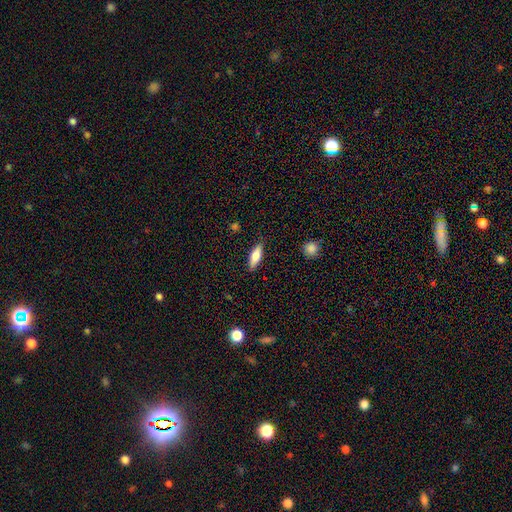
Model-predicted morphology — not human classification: Q: Smooth or featured?
A: smooth (68%); runner-up: featured or disk (26%)
Q: How rounded?
A: in between (55%); runner-up: cigar-shaped (42%)
Q: Merging?
A: none (87%); runner-up: minor disturbance (10%)